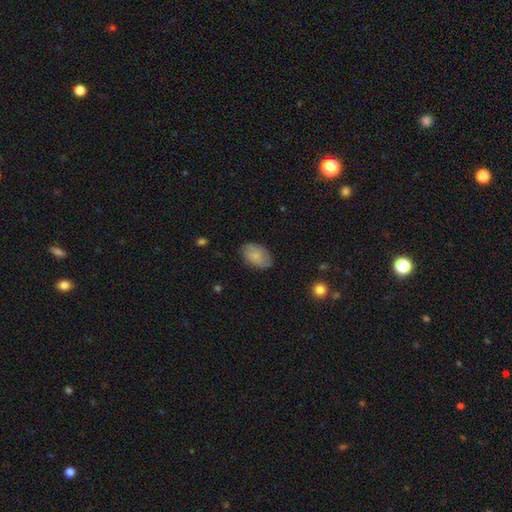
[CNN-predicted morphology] smooth 68%, featured or disk 25%, star or artifact 7%. Down the decision tree: how rounded — in between (90%); merging — none (77%).